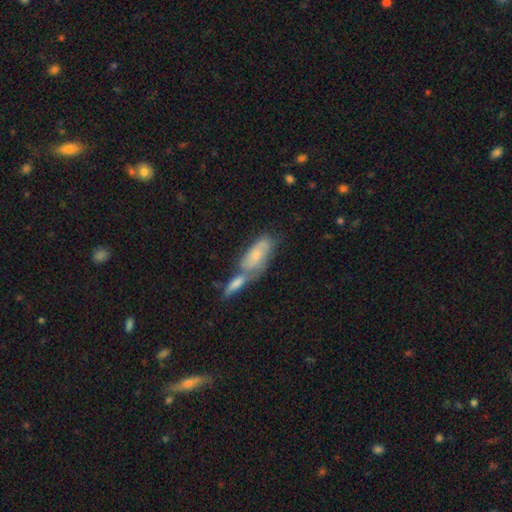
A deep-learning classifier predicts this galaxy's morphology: Smooth or featured? smooth (50%)
Merging? merger (58%)